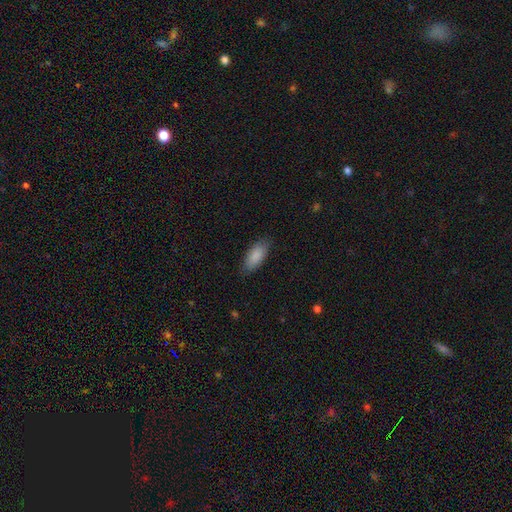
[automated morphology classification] type=smooth (88%); roundness=in between (84%); merging=none (81%).